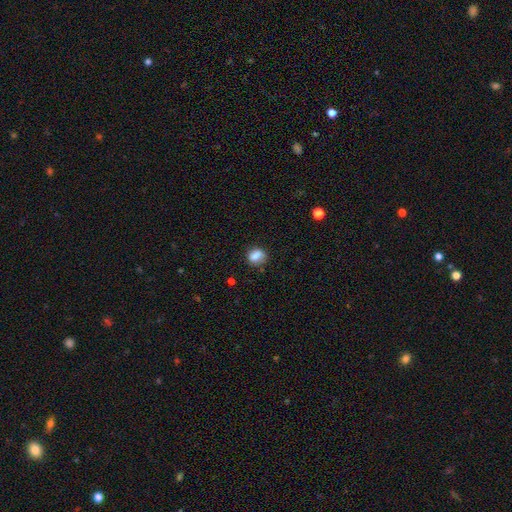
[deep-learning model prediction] This is clearly a smooth galaxy (82%). How rounded: possibly round (55%). Merging: likely none (67%).